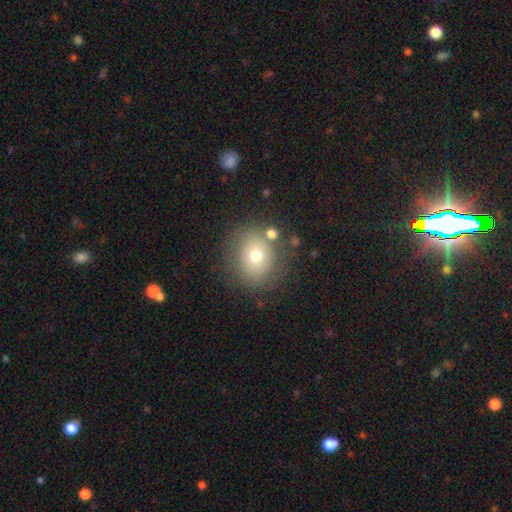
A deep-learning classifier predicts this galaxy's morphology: type=smooth (70%); roundness=round (73%); merging=none (76%).